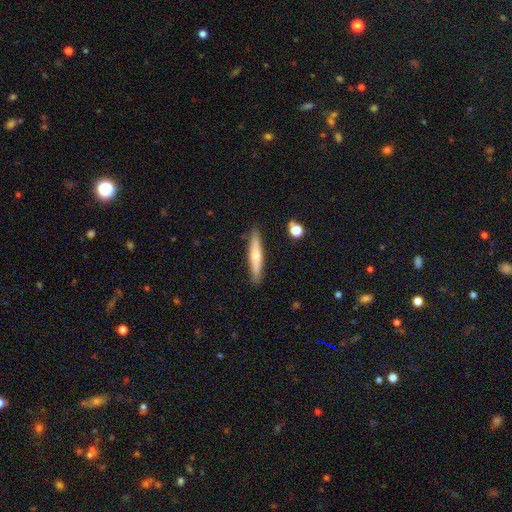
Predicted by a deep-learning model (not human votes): Q: Smooth or featured?
A: smooth (53%); runner-up: featured or disk (41%)
Q: How rounded?
A: cigar-shaped (90%); runner-up: in between (9%)
Q: Merging?
A: none (88%); runner-up: minor disturbance (8%)